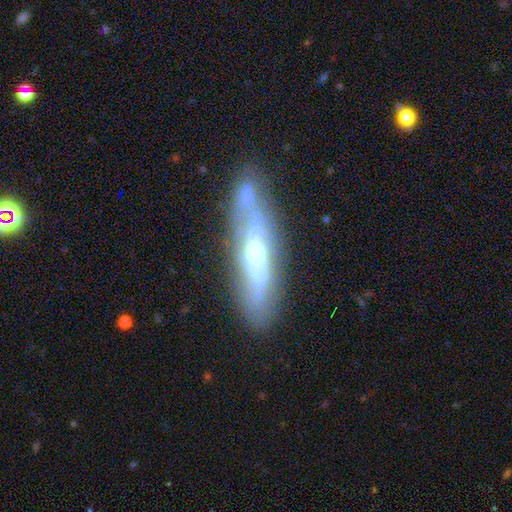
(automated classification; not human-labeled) smooth_or_featured: featured or disk (p=0.71) [alt: smooth p=0.22]
disk_edge_on: no (p=0.55) [alt: yes p=0.45]
merging: none (p=0.69) [alt: minor disturbance p=0.20]